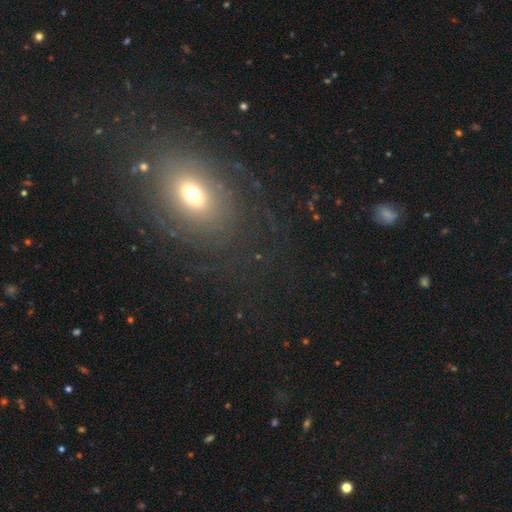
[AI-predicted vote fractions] Smooth or featured?
  - smooth: 50% *
  - star or artifact: 28%
  - featured or disk: 22%
Merging?
  - none: 78% *
  - minor disturbance: 11%
  - major disturbance: 8%
  - merger: 3%